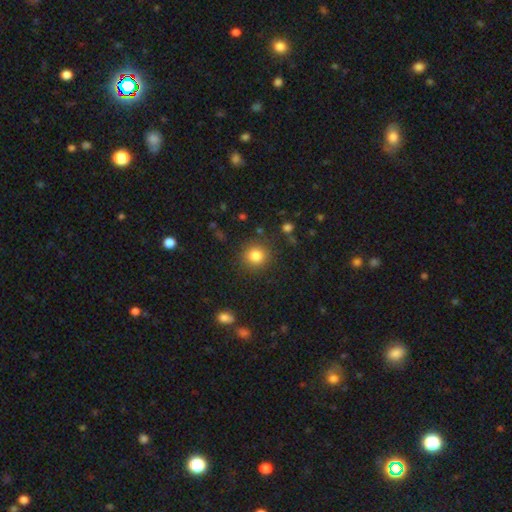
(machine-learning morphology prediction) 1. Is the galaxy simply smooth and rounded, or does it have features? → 82% smooth, 12% star or artifact, 6% featured or disk.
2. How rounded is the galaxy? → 90% round, 9% in between, 1% cigar-shaped.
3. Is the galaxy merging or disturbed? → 88% none, 8% minor disturbance, 3% major disturbance, 2% merger.